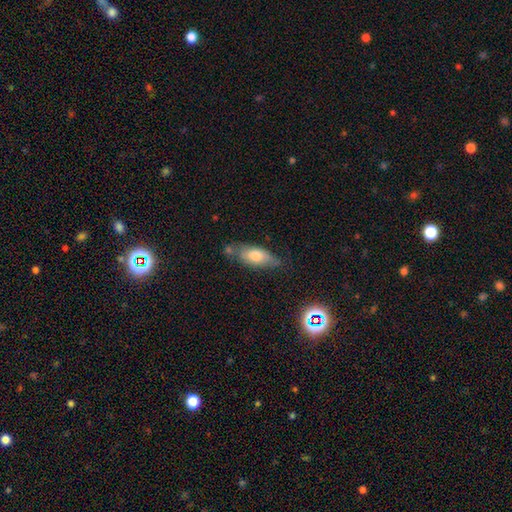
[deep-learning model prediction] This is likely a smooth galaxy (68%). How rounded: likely in between (76%). Merging: possibly none (59%).